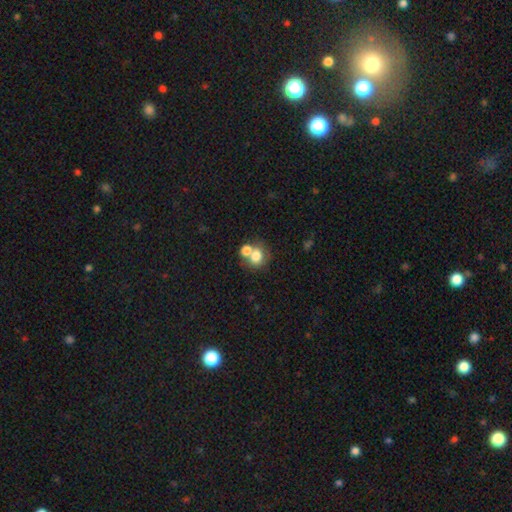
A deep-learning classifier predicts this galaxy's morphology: This appears to be a smooth galaxy with no disk features (74%) that is round (62%). Merging: merger (49%).